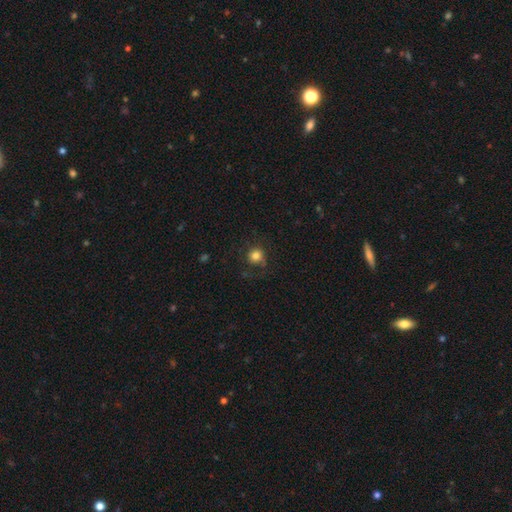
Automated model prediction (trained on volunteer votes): The model was most divided on "merging": none: 74%, minor disturbance: 15%, major disturbance: 9%, merger: 2%. More confident: how rounded — round (92%); smooth or featured — smooth (80%).